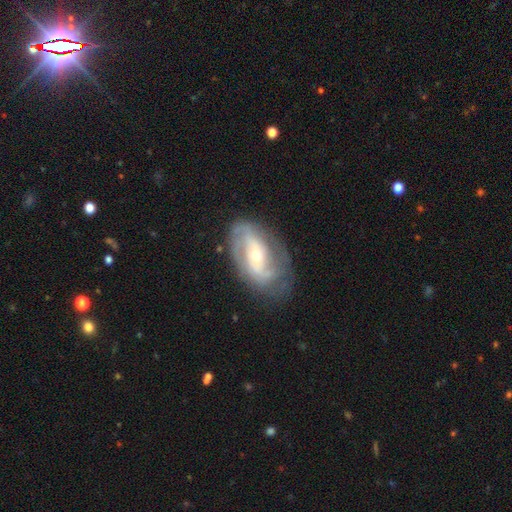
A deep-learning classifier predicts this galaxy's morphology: This is clearly a featured or disk galaxy (82%). It is clearly not viewed edge-on (95%). Bar: marginally no (38%). Spiral arm pattern: clearly yes (89%). Spiral arm count: likely 2 (65%). Spiral winding: marginally medium (41%). Central bulge: possibly small (52%). Merging: likely none (70%).